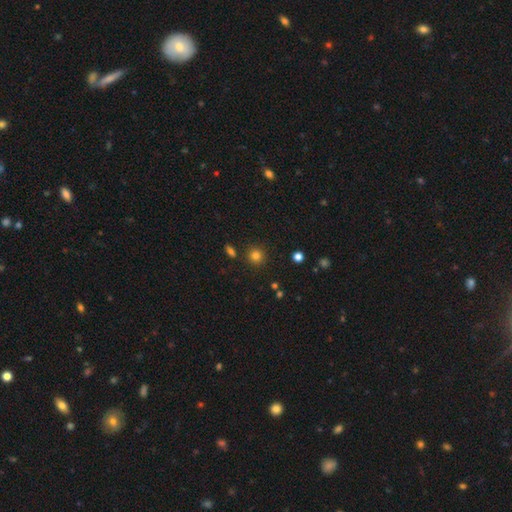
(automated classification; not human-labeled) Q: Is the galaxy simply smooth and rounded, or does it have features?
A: smooth — 80%.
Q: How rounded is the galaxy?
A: round — 93%.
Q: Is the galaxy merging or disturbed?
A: none — 88%.